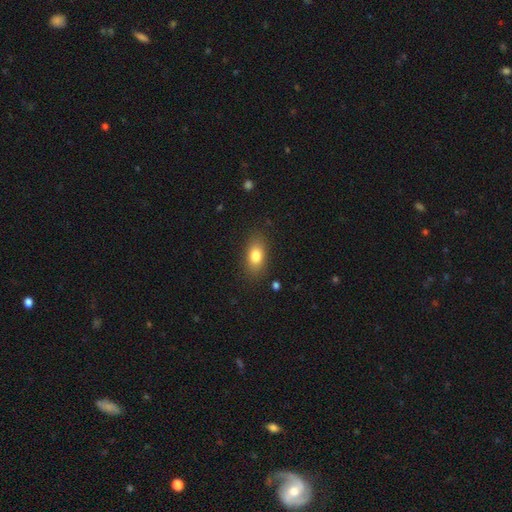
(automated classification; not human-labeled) This is clearly a smooth galaxy (81%). How rounded: clearly in between (86%). Merging: clearly none (85%).